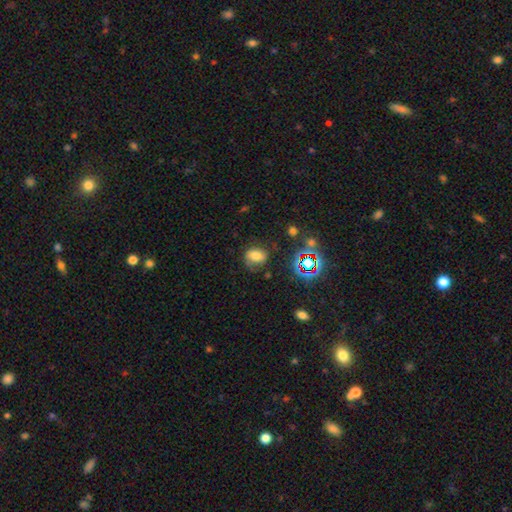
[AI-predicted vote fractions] Smooth or featured: smooth — 60% (featured or disk — 21%)
How rounded: in between — 59% (round — 40%)
Merging: none — 65% (minor disturbance — 22%)